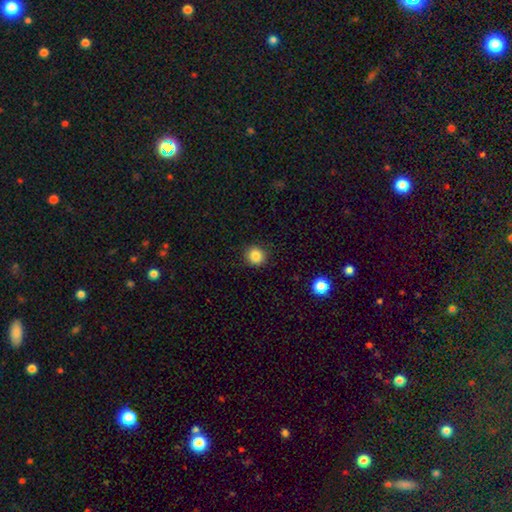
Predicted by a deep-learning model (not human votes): This appears to be a smooth galaxy with no disk features (86%) that is round (89%). Merging: none (90%).